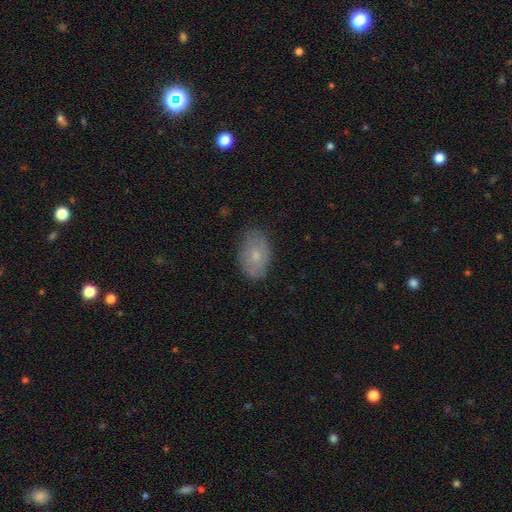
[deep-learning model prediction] The model was most divided on "smooth or featured": smooth: 69%, featured or disk: 23%, star or artifact: 8%. More confident: how rounded — in between (86%); merging — none (77%).